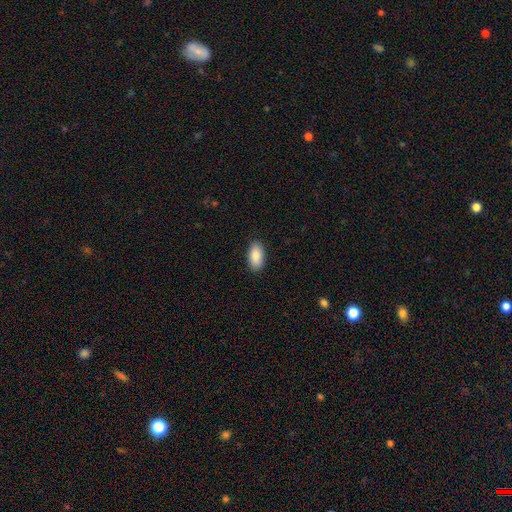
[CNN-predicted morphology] Smooth or featured? Predicted: smooth (p=0.88). How rounded? Predicted: in between (p=0.93). Merging? Predicted: none (p=0.89).